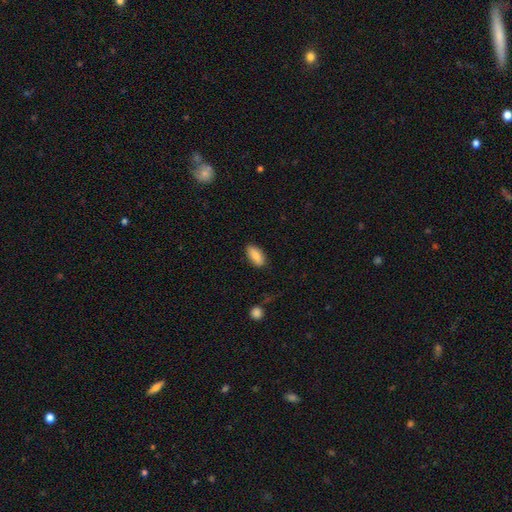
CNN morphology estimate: smooth-or-featured: smooth: 85% | featured or disk: 8% | star or artifact: 7%
  how-rounded: in between: 87% | cigar-shaped: 10% | round: 2%
  merging: none: 85% | minor disturbance: 12% | major disturbance: 2% | merger: 1%